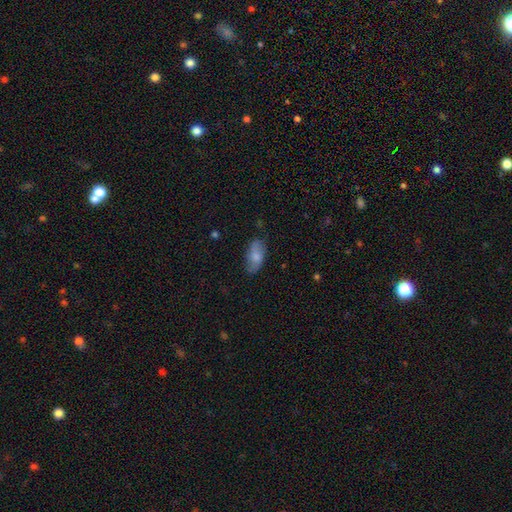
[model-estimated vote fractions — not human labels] smooth 75%, featured or disk 19%, star or artifact 6%. Down the decision tree: how rounded — in between (92%); merging — none (75%).